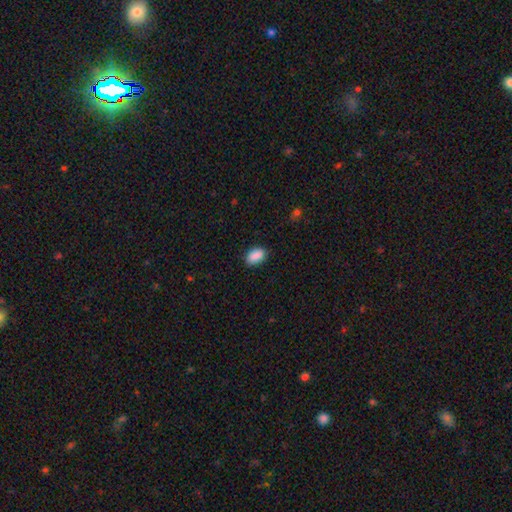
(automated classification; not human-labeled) smooth_or_featured: smooth (p=0.89) [alt: star or artifact p=0.08]
how_rounded: in between (p=0.90) [alt: round p=0.08]
merging: none (p=0.83) [alt: minor disturbance p=0.13]